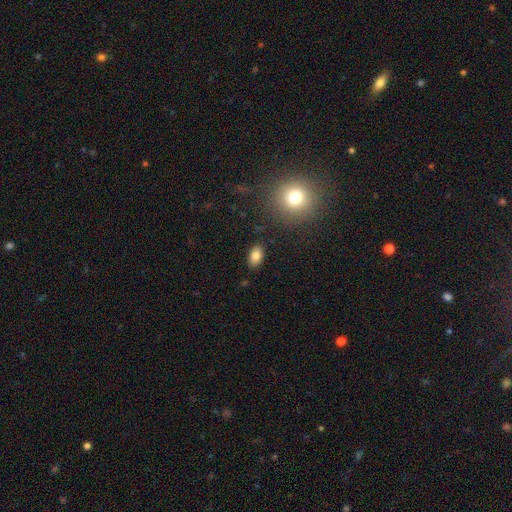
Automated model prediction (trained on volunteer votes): smooth 81%, featured or disk 9%, star or artifact 9%. Down the decision tree: how rounded — in between (89%); merging — none (87%).